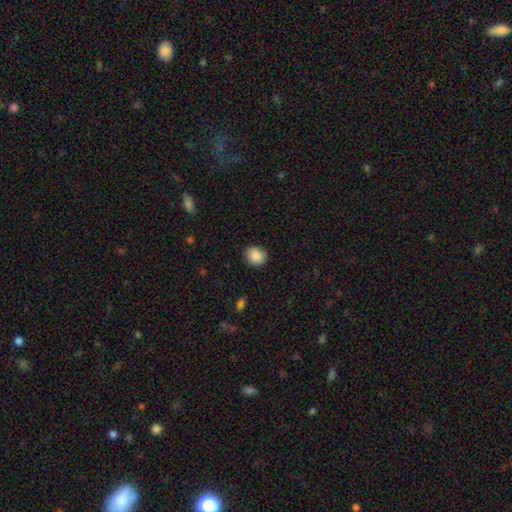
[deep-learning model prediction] Smooth or featured? Predicted: smooth (p=0.88). How rounded? Predicted: round (p=0.72). Merging? Predicted: none (p=0.88).